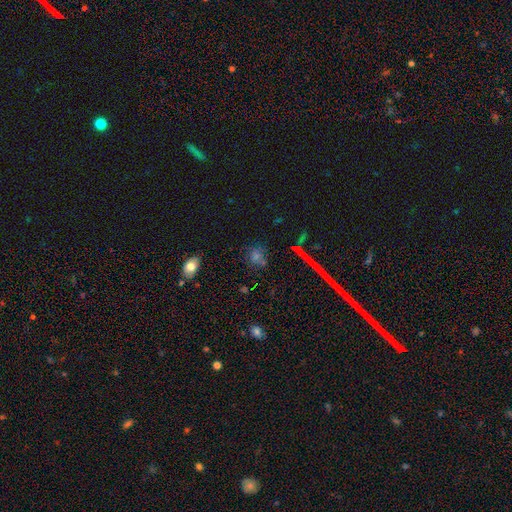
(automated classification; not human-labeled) smooth 50%, star or artifact 30%, featured or disk 20%. Down the decision tree: how rounded — round (74%); merging — none (77%).